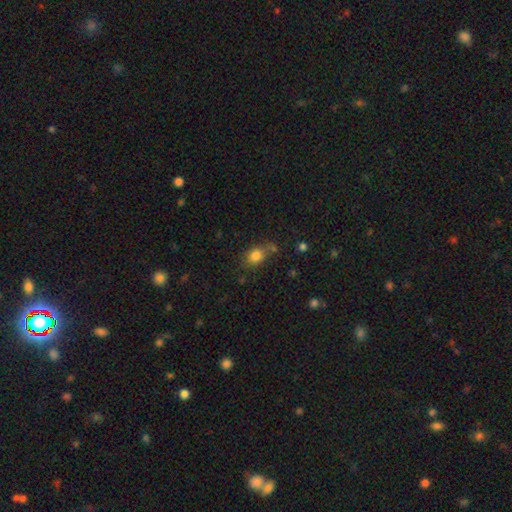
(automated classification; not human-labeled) Overall: smooth (82%). How rounded: in between (57%; round 42%). Merging: none (61%; minor disturbance 21%).